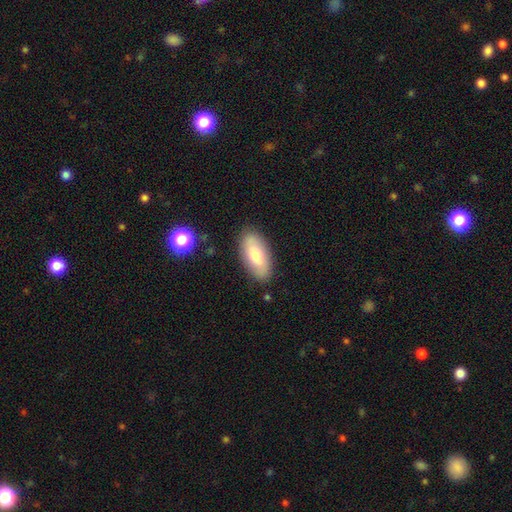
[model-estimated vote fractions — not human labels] smooth-or-featured: smooth: 70% | featured or disk: 23% | star or artifact: 7%
  how-rounded: in between: 88% | cigar-shaped: 9% | round: 3%
  merging: none: 85% | minor disturbance: 11% | major disturbance: 3% | merger: 2%